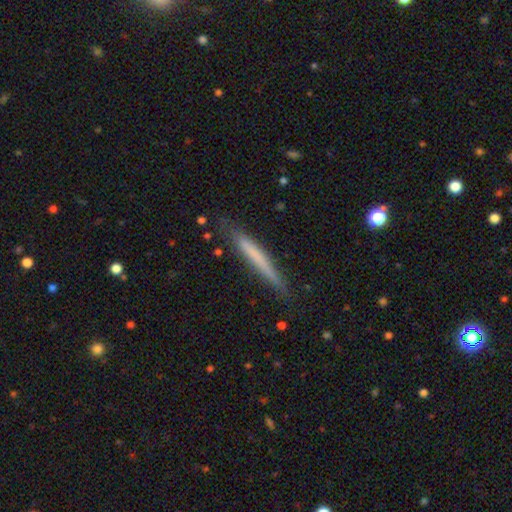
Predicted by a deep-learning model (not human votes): Smooth or featured?
  - smooth: 60% *
  - featured or disk: 34%
  - star or artifact: 6%
How rounded?
  - cigar-shaped: 96% *
  - in between: 3%
  - round: 1%
Merging?
  - none: 82% *
  - minor disturbance: 14%
  - major disturbance: 2%
  - merger: 2%